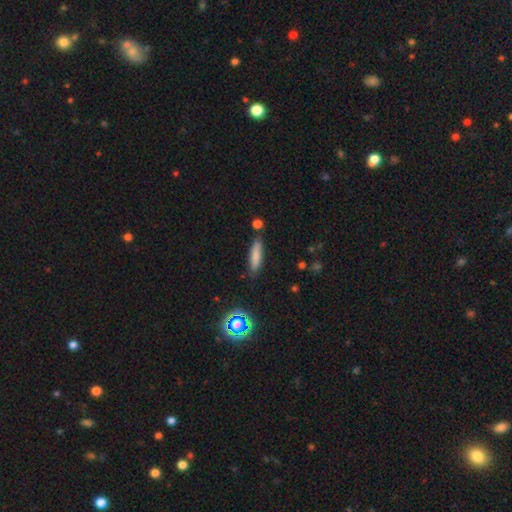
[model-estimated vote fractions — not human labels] This appears to be a smooth galaxy with no disk features (77%) that is cigar-shaped (75%). Merging: none (80%).